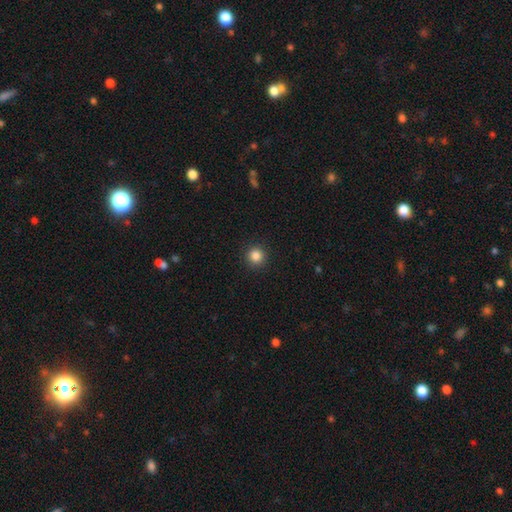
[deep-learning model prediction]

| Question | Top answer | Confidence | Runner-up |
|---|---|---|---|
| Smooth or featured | smooth | 85% | star or artifact (11%) |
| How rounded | round | 95% | in between (4%) |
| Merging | none | 92% | minor disturbance (5%) |